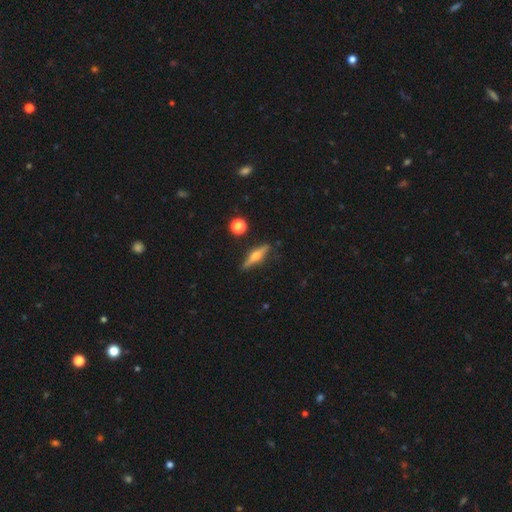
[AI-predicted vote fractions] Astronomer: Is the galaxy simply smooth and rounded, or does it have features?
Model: featured or disk — 65%.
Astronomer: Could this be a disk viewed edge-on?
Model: yes — 96%.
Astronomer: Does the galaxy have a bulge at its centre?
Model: rounded — 91%.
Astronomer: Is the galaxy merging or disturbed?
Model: none — 87%.